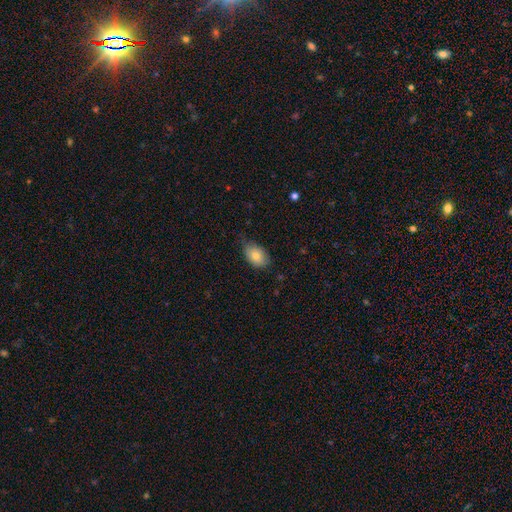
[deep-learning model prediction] smooth_or_featured: smooth (p=0.80) [alt: featured or disk p=0.12]
how_rounded: in between (p=0.86) [alt: round p=0.12]
merging: none (p=0.63) [alt: minor disturbance p=0.31]